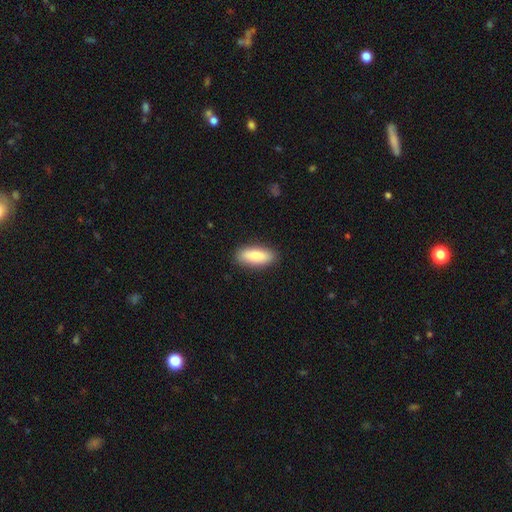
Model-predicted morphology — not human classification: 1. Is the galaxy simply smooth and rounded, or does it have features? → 86% smooth, 8% featured or disk, 6% star or artifact.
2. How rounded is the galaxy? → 74% in between, 24% cigar-shaped, 2% round.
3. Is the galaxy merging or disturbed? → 88% none, 9% minor disturbance, 2% major disturbance, 1% merger.